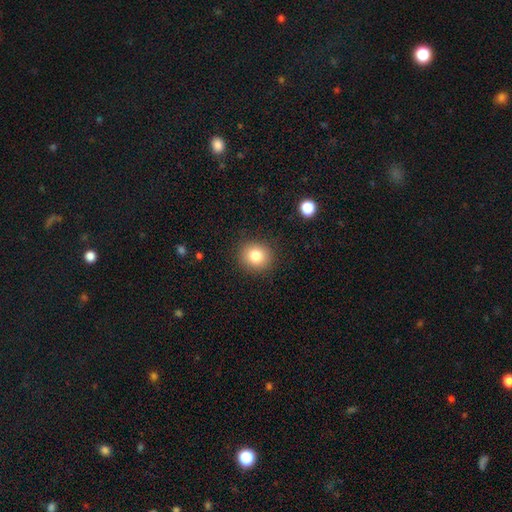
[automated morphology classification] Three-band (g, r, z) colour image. It shows a smooth galaxy with no disk features (81%) that is round (82%). Merging: none (89%).